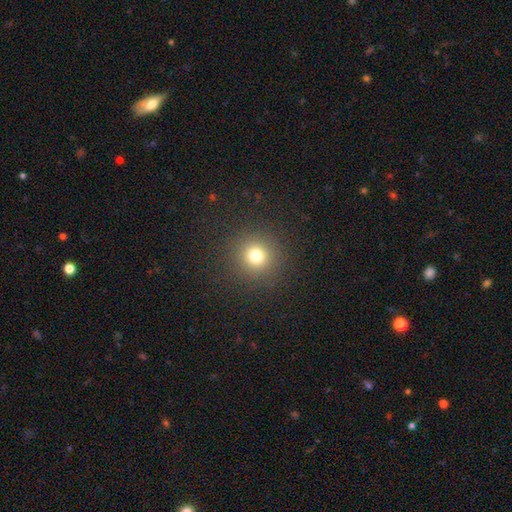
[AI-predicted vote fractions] smooth 75%, star or artifact 17%, featured or disk 7%. Down the decision tree: how rounded — round (93%); merging — none (90%).